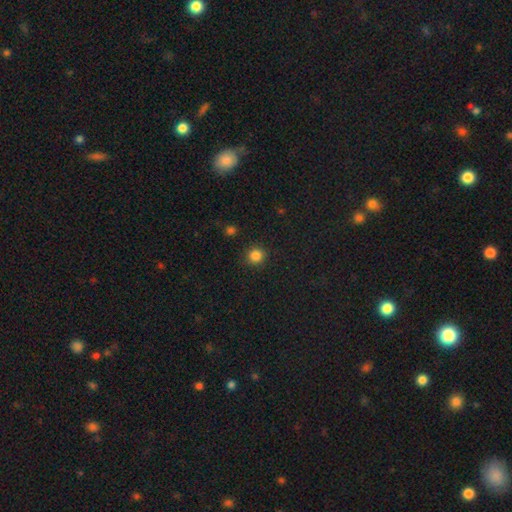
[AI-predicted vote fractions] Q: Smooth or featured?
A: smooth (85%); runner-up: star or artifact (12%)
Q: How rounded?
A: round (93%); runner-up: in between (6%)
Q: Merging?
A: none (91%); runner-up: minor disturbance (6%)